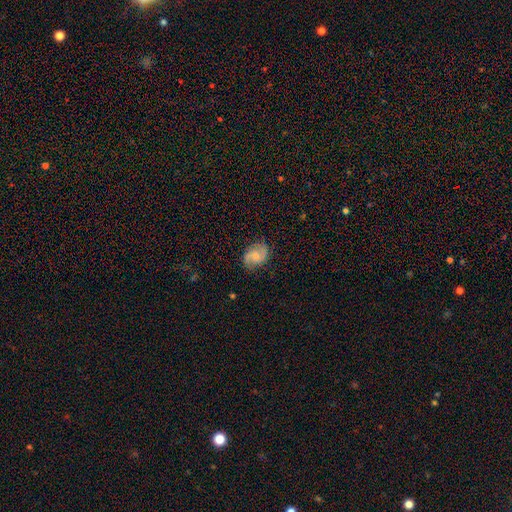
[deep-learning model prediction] This is likely a featured or disk galaxy (63%). It is clearly not viewed edge-on (97%). Bar: likely no (64%). Spiral arm pattern: clearly yes (91%). Spiral arm count: clearly 2 (86%). Spiral winding: possibly medium (46%). Central bulge: possibly small (49%). Merging: likely none (79%).